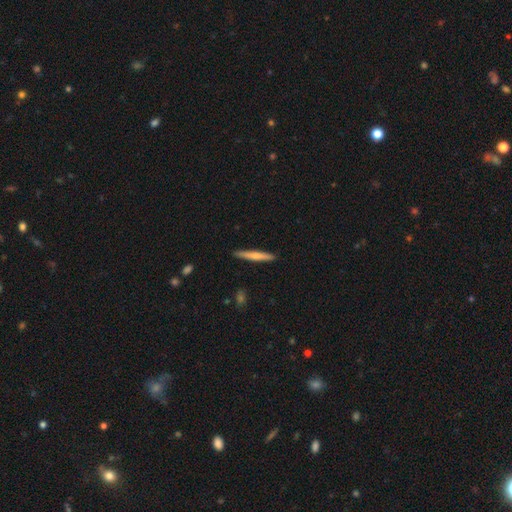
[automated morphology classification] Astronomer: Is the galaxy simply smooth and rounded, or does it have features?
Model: smooth — 60%.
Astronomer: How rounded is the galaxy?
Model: cigar-shaped — 95%.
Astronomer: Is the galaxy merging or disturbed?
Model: none — 90%.